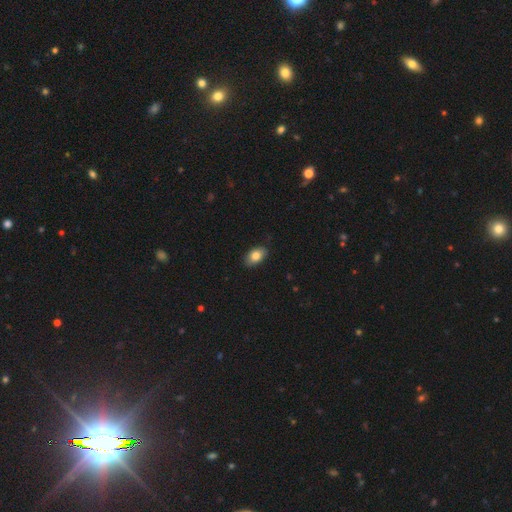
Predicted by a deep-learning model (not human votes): smooth 83%, featured or disk 10%, star or artifact 7%. Down the decision tree: how rounded — in between (91%); merging — none (86%).